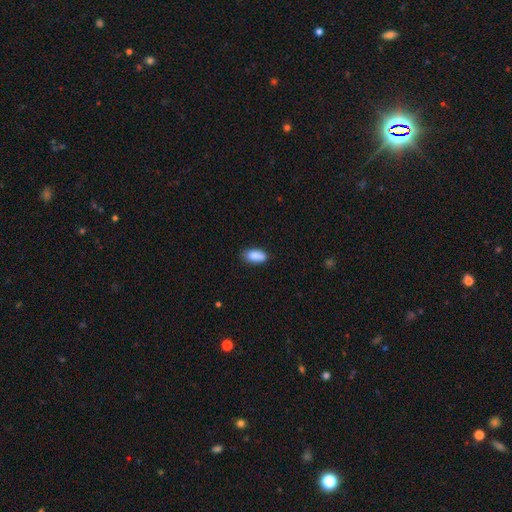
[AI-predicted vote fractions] Smooth or featured?
  - smooth: 86% *
  - star or artifact: 8%
  - featured or disk: 6%
How rounded?
  - in between: 91% *
  - cigar-shaped: 5%
  - round: 4%
Merging?
  - none: 74% *
  - minor disturbance: 20%
  - major disturbance: 3%
  - merger: 3%